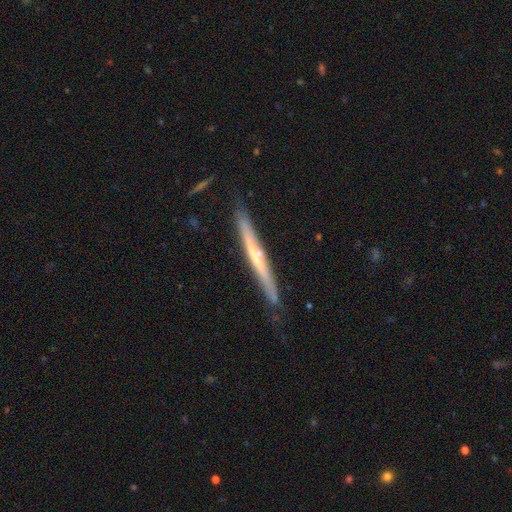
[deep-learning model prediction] The model was most divided on "edge-on bulge": none: 61%, rounded: 32%, boxy: 8%. More confident: edge-on disk — yes (96%); merging — none (81%); smooth or featured — featured or disk (64%).